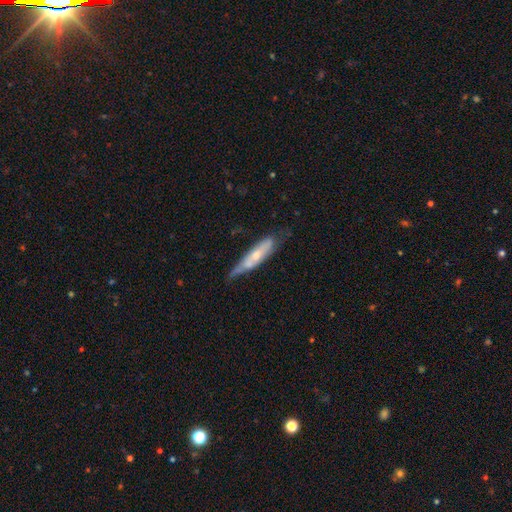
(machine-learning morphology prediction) featured or disk 52%, smooth 42%, star or artifact 6%. Down the decision tree: edge-on disk — yes (57%); merging — none (48%).